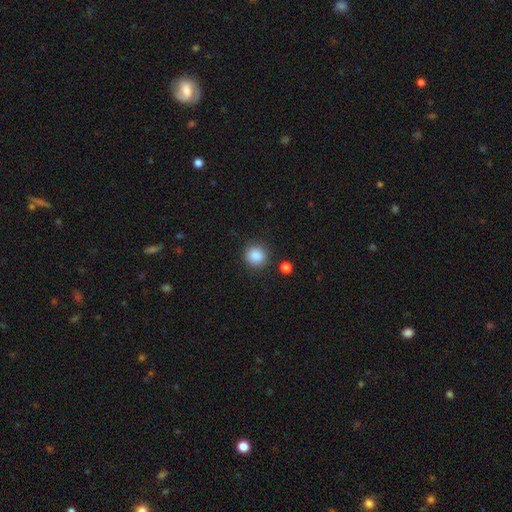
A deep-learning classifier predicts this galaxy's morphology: Smooth or featured? smooth (87%)
How rounded? round (91%)
Merging? none (87%)